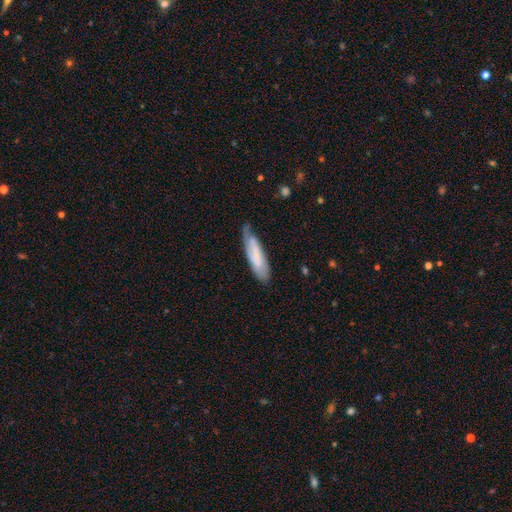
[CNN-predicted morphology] type=smooth (58%); roundness=cigar-shaped (60%); merging=none (53%).